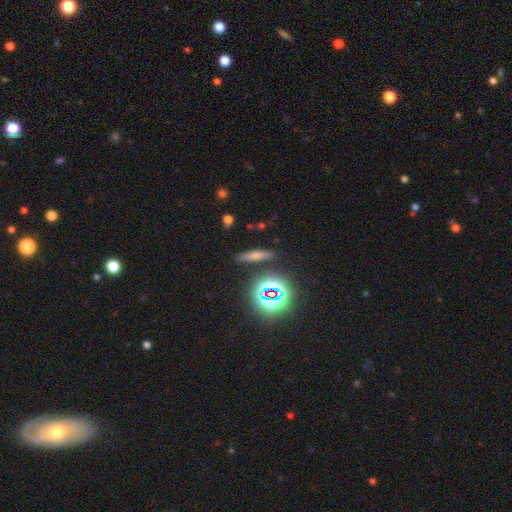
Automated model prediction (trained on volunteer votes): smooth_or_featured: smooth (p=0.57) [alt: star or artifact p=0.24]
how_rounded: cigar-shaped (p=0.76) [alt: in between p=0.18]
merging: none (p=0.82) [alt: minor disturbance p=0.10]